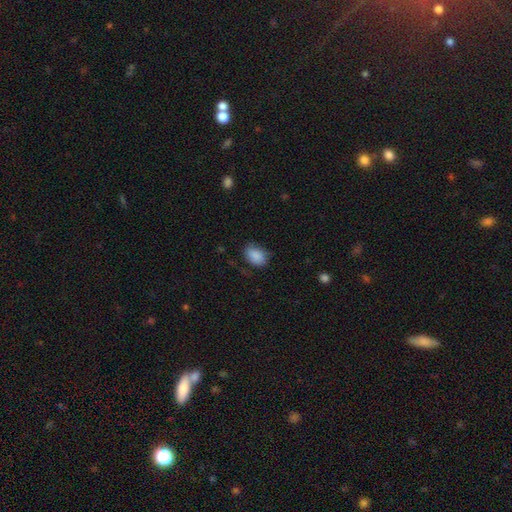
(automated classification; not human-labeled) This is clearly a smooth galaxy (88%). How rounded: clearly in between (81%). Merging: likely none (74%).